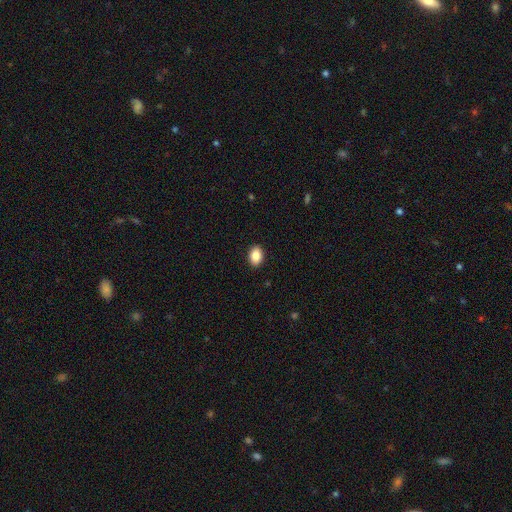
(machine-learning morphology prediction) Overall: smooth (87%). How rounded: in between (80%). Merging: none (91%).